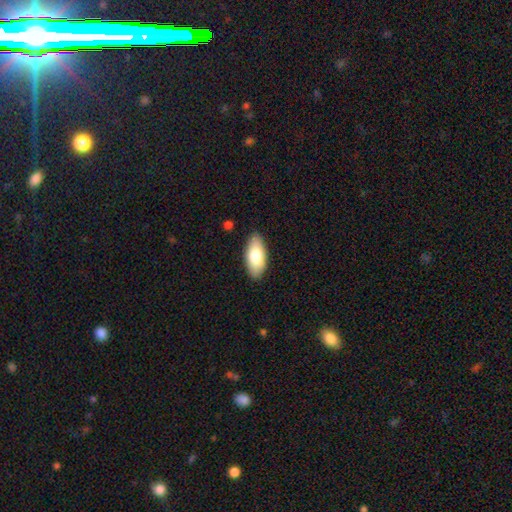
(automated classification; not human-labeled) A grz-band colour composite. It shows a smooth galaxy with no disk features (77%) that is in between round and cigar-shaped (89%). Merging: none (87%).